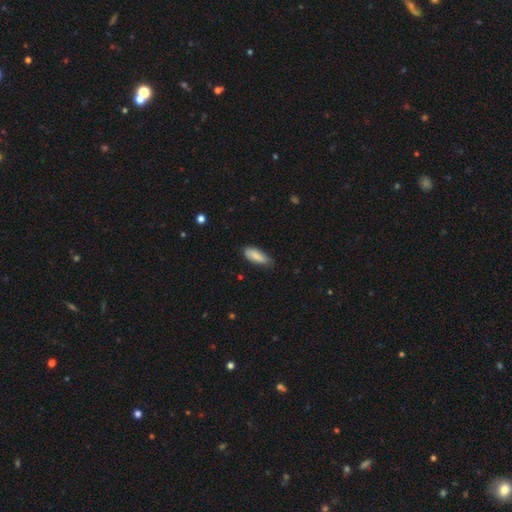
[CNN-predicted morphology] Smooth or featured? Predicted: smooth (p=0.82). How rounded? Predicted: in between (p=0.71). Merging? Predicted: none (p=0.63).